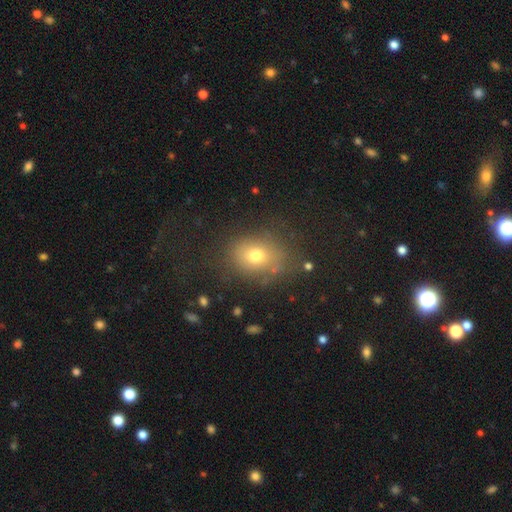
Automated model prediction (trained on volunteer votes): smooth-or-featured: smooth: 72% | star or artifact: 15% | featured or disk: 13%
  how-rounded: in between: 51% | round: 48% | cigar-shaped: 1%
  merging: none: 75% | minor disturbance: 15% | major disturbance: 8% | merger: 2%